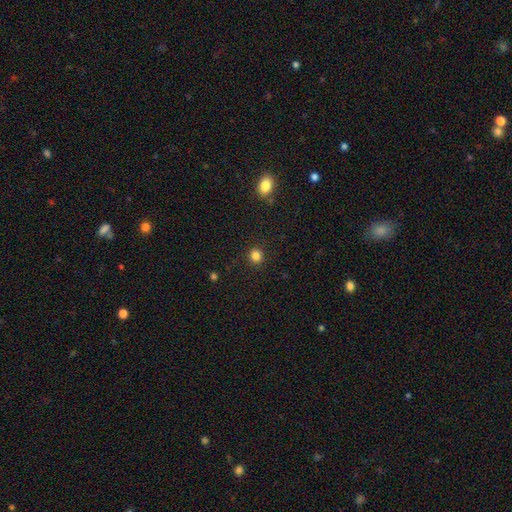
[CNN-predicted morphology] Smooth or featured: smooth — 84% (star or artifact — 13%)
How rounded: round — 92% (in between — 8%)
Merging: none — 91% (minor disturbance — 5%)